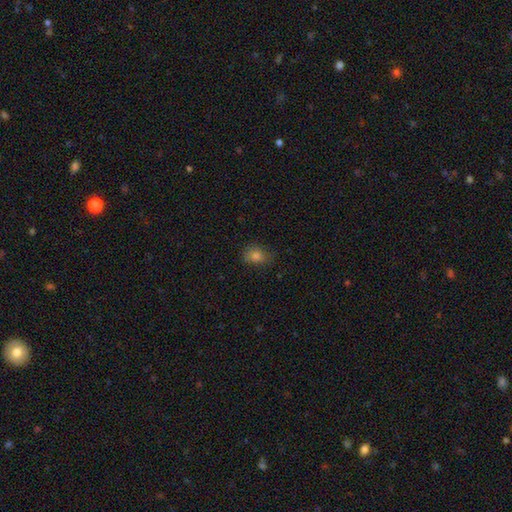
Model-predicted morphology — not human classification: smooth 78%, star or artifact 14%, featured or disk 8%. Down the decision tree: how rounded — in between (53%); merging — none (75%).